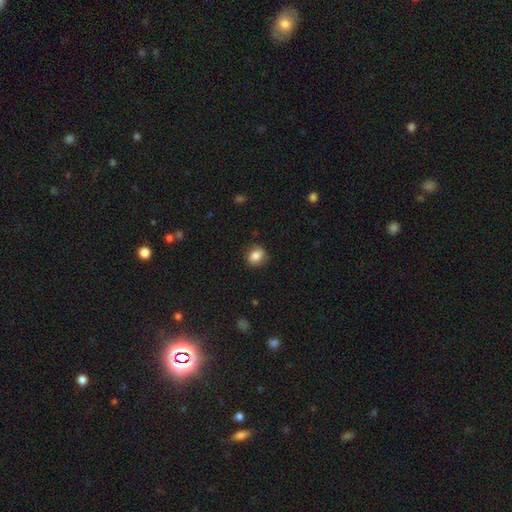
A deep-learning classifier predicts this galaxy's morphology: smooth 83%, star or artifact 9%, featured or disk 8%. Down the decision tree: how rounded — round (61%); merging — none (83%).